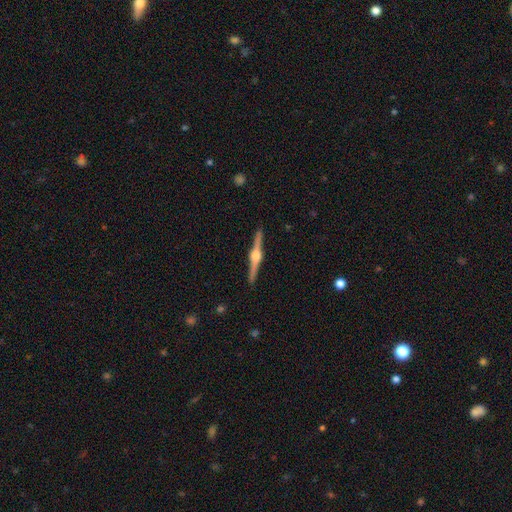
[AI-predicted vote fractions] A featured or disk galaxy (87%) viewed edge-on (99%) with a rounded central bulge (93%).

Vote fractions:
- Smooth or featured? featured or disk: 87% / smooth: 9% / star or artifact: 5%
- Edge-on disk? yes: 99% / no: 1%
- Edge-on bulge? rounded: 93% / boxy: 5% / none: 2%
- Merging? none: 92% / minor disturbance: 5% / major disturbance: 1% / merger: 1%